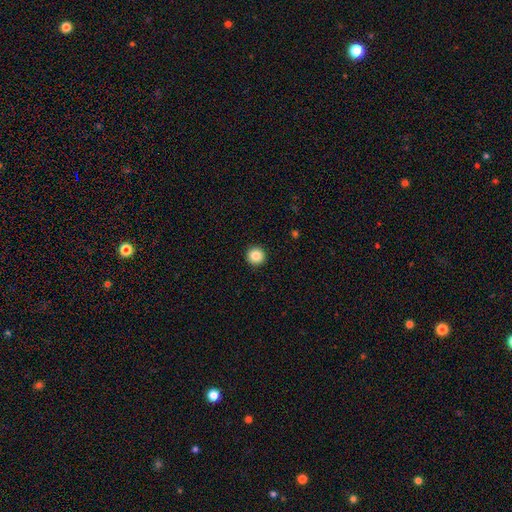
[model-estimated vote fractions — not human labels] The model was most divided on "smooth or featured": smooth: 87%, star or artifact: 9%, featured or disk: 4%. More confident: how rounded — round (96%); merging — none (94%).